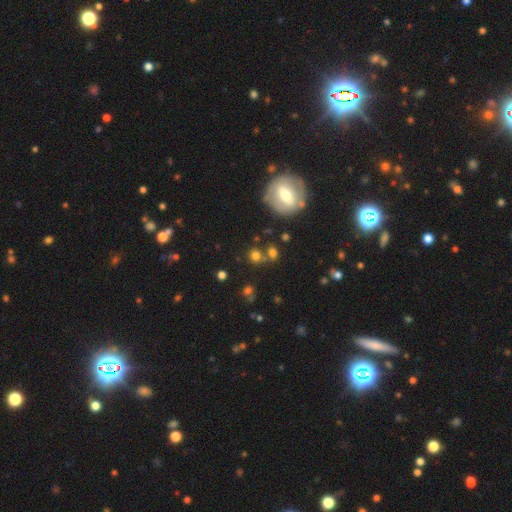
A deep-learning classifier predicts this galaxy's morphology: Smooth or featured? Predicted: smooth (p=0.69). How rounded? Predicted: round (p=0.81). Merging? Predicted: none (p=0.61).